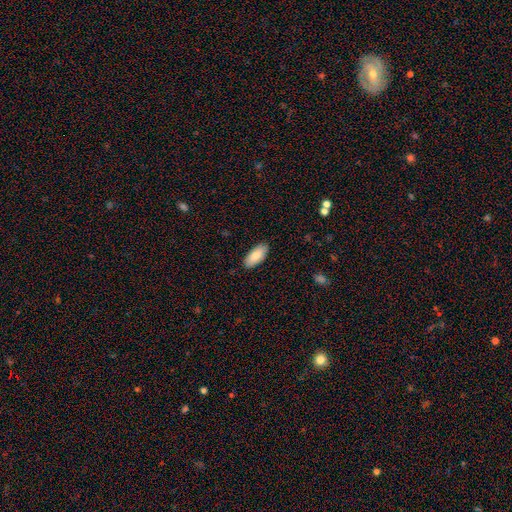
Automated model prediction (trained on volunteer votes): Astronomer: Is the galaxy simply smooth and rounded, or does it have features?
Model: smooth — 83%.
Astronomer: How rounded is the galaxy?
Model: in between — 90%.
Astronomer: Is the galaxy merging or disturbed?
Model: none — 87%.